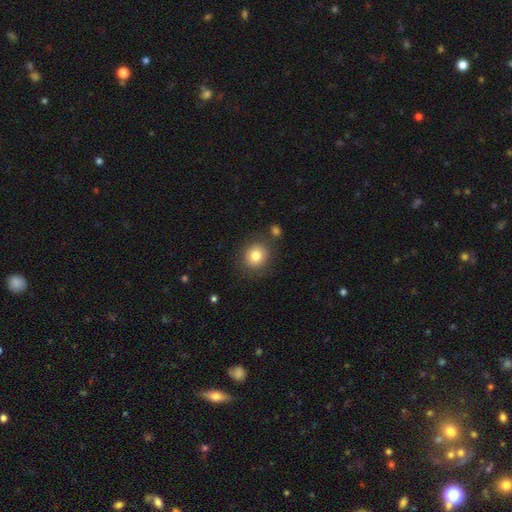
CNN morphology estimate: type=smooth (81%); roundness=round (82%); merging=none (83%).